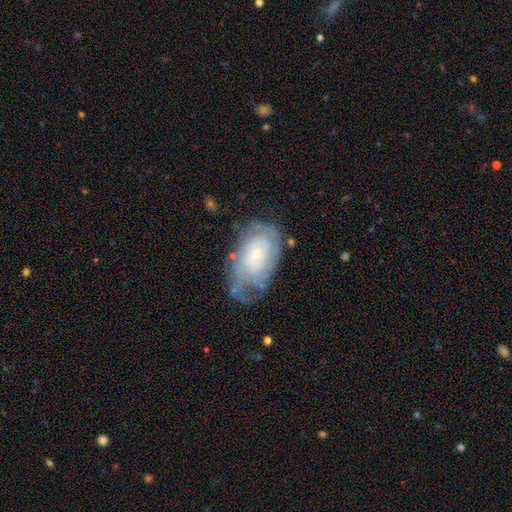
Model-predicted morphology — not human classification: smooth_or_featured: featured or disk (p=0.71) [alt: smooth p=0.23]
disk_edge_on: no (p=0.96) [alt: yes p=0.04]
bar: no (p=0.80) [alt: weak p=0.17]
has_spiral_arms: yes (p=0.80) [alt: no p=0.20]
spiral_winding: tight (p=0.68) [alt: medium p=0.23]
spiral_arm_count: can't tell (p=0.57) [alt: 2 p=0.18]
bulge_size: small (p=0.71) [alt: moderate p=0.24]
merging: none (p=0.54) [alt: minor disturbance p=0.27]